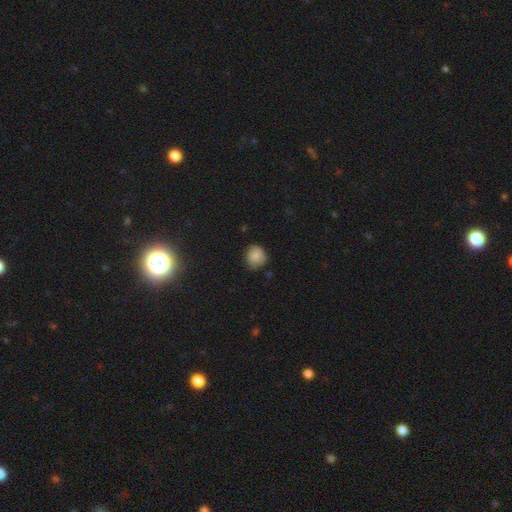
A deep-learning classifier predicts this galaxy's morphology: Overall: smooth (83%). How rounded: round (80%). Merging: none (72%).